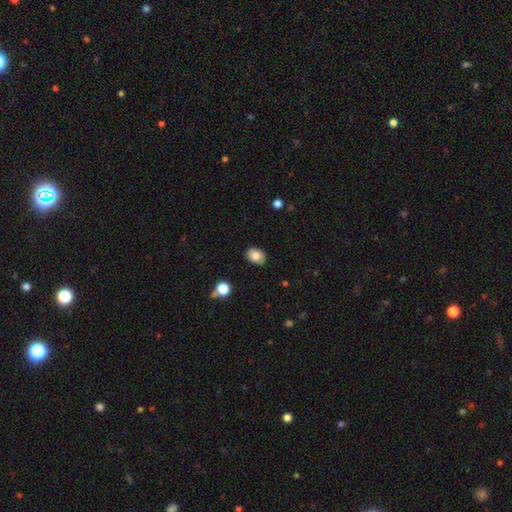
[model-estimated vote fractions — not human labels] Smooth or featured? smooth (79%)
How rounded? in between (66%)
Merging? none (88%)